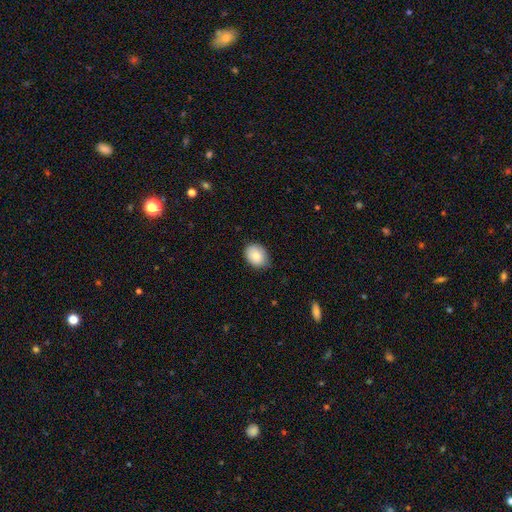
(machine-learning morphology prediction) Q: Smooth or featured?
A: smooth (86%); runner-up: star or artifact (7%)
Q: How rounded?
A: in between (66%); runner-up: round (33%)
Q: Merging?
A: none (77%); runner-up: minor disturbance (20%)